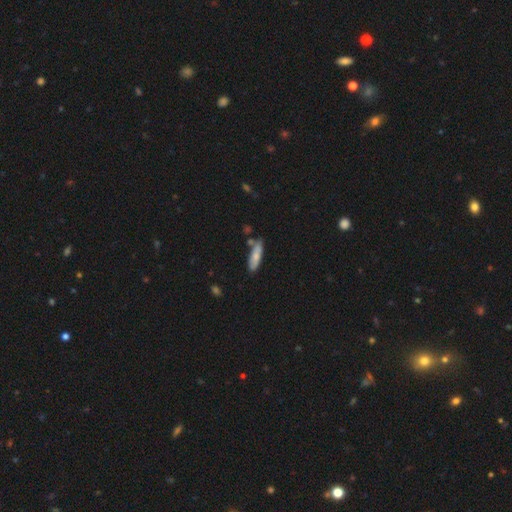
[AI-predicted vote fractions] This appears to be a smooth galaxy with no disk features (73%) that is cigar-shaped (56%). Merging: none (67%).